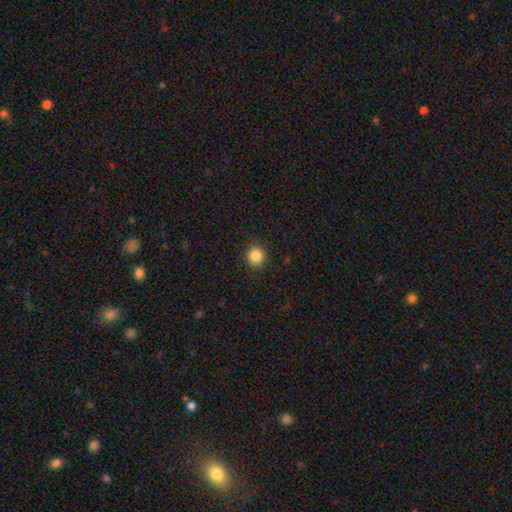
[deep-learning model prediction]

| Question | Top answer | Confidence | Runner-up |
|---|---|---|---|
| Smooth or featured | smooth | 87% | star or artifact (10%) |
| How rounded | round | 93% | in between (6%) |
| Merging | none | 91% | minor disturbance (6%) |